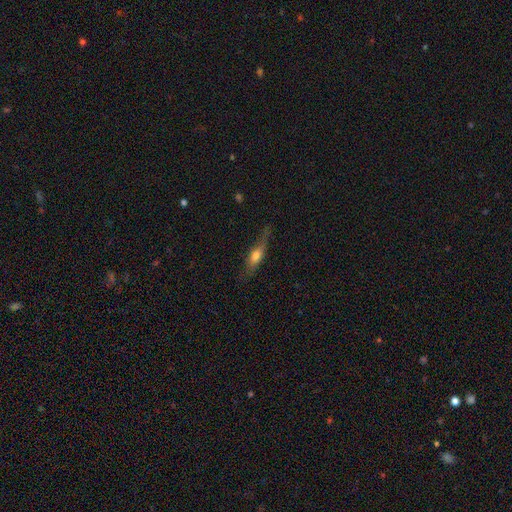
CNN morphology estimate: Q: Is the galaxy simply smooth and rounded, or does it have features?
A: smooth — 54%.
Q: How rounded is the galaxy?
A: cigar-shaped — 59%.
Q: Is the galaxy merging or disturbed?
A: none — 65%.